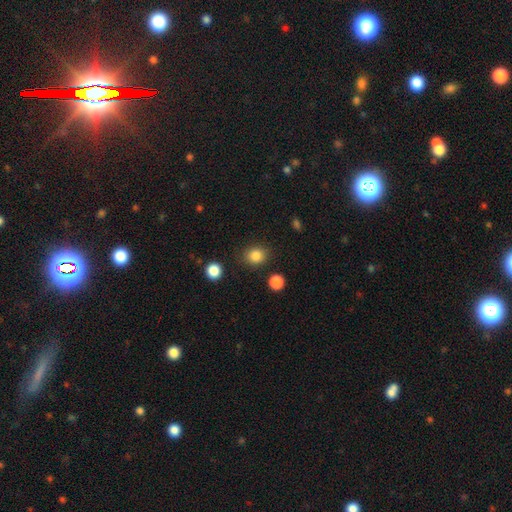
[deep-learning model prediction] smooth_or_featured: smooth (p=0.85) [alt: star or artifact p=0.11]
how_rounded: round (p=0.71) [alt: in between p=0.28]
merging: none (p=0.85) [alt: minor disturbance p=0.09]